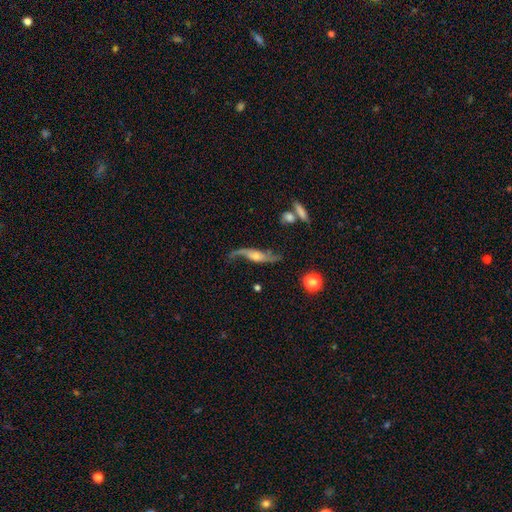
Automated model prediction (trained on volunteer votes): The model was most divided on "bulge size": moderate: 45%, small: 34%, none: 10%, large: 9%, dominant: 2%. More confident: spiral arms — yes (94%); spiral winding — loose (90%); spiral arm count — 2 (89%); smooth or featured — featured or disk (82%); edge-on disk — no (80%); merging — none (61%); bar — no (60%).